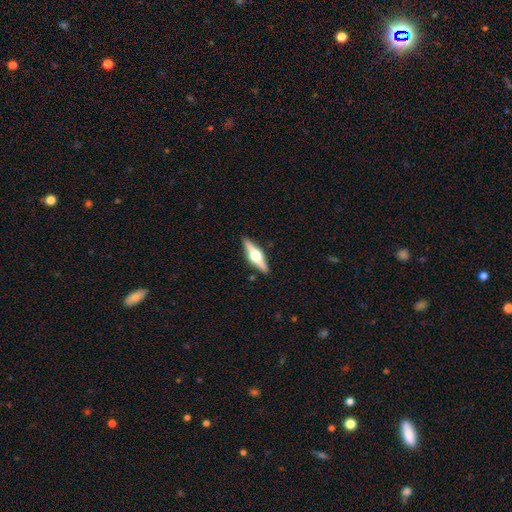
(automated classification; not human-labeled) Smooth or featured: featured or disk — 75% (smooth — 19%)
Edge-on disk: yes — 97% (no — 3%)
Edge-on bulge: rounded — 95% (boxy — 3%)
Merging: none — 90% (minor disturbance — 7%)